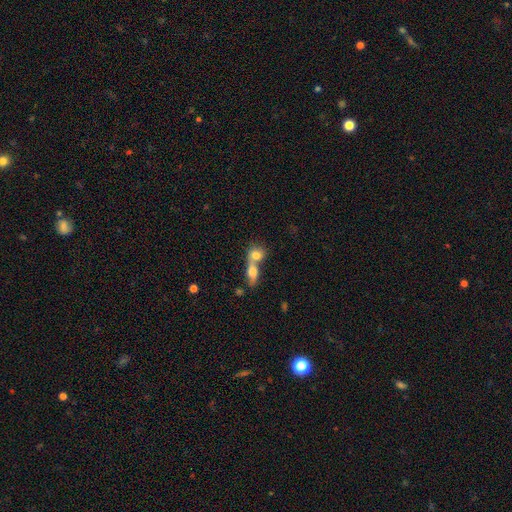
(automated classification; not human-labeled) Overall: smooth (75%). How rounded: round (49%; in between 46%). Merging: merger (72%).